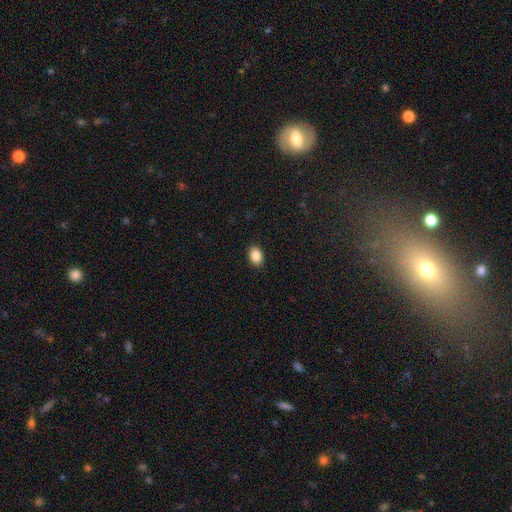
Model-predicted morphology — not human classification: This appears to be a smooth galaxy with no disk features (88%) that is in between round and cigar-shaped (85%). Merging: none (90%).